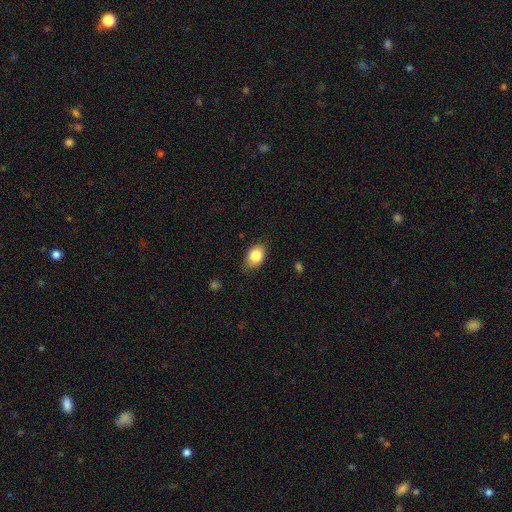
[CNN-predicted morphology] smooth_or_featured: smooth (p=0.84) [alt: featured or disk p=0.08]
how_rounded: in between (p=0.78) [alt: round p=0.20]
merging: none (p=0.76) [alt: minor disturbance p=0.19]